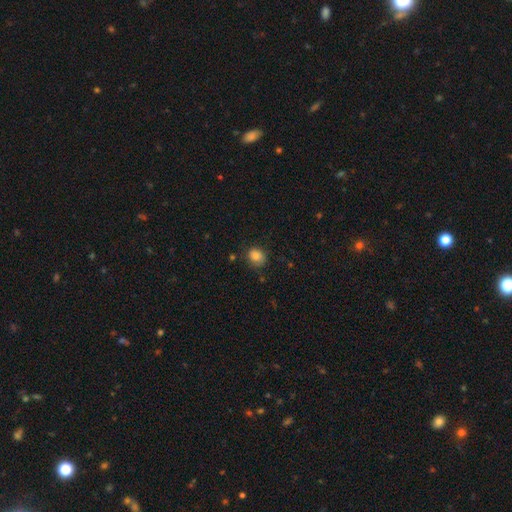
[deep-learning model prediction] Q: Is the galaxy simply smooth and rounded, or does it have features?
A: smooth — 83%.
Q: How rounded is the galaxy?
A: round — 64%.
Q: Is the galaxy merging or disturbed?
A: none — 73%.